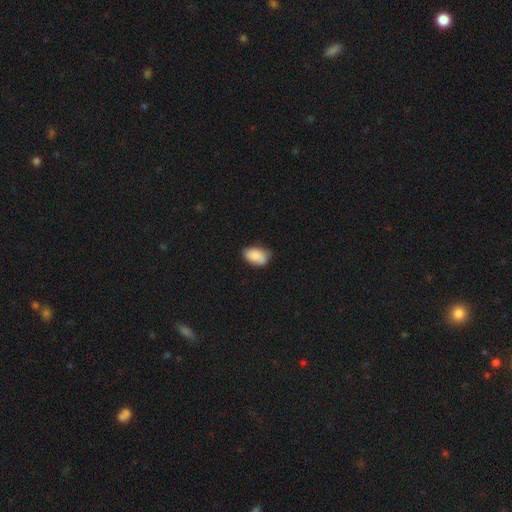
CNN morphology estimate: The model was most divided on "merging": none: 67%, minor disturbance: 27%, major disturbance: 4%, merger: 2%. More confident: how rounded — in between (90%); smooth or featured — smooth (85%).